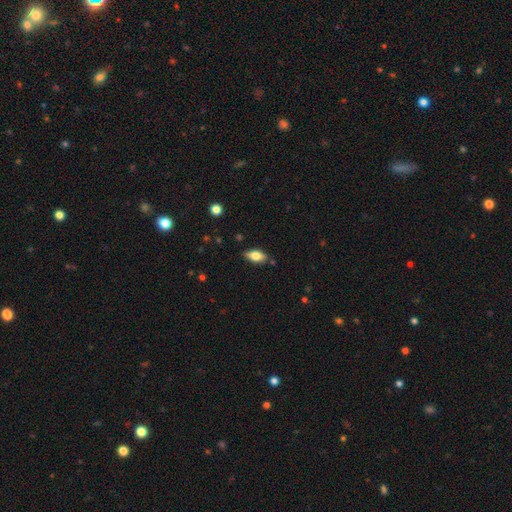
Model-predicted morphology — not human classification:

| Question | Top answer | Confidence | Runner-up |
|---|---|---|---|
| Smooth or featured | smooth | 70% | featured or disk (23%) |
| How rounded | in between | 87% | cigar-shaped (10%) |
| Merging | none | 82% | minor disturbance (13%) |